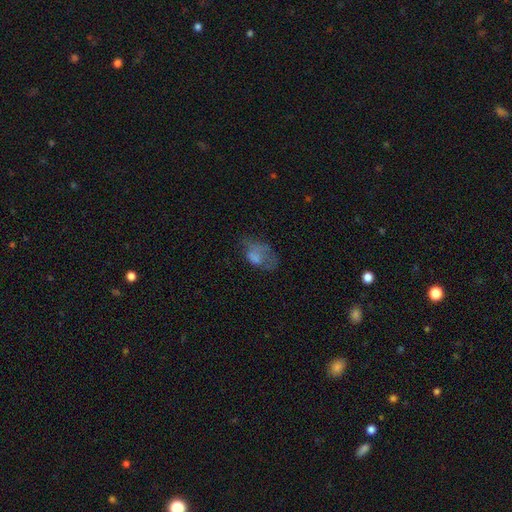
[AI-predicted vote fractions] smooth-or-featured: smooth: 59% | featured or disk: 28% | star or artifact: 13%
  how-rounded: in between: 85% | round: 14% | cigar-shaped: 2%
  merging: major disturbance: 42% | none: 28% | minor disturbance: 26% | merger: 4%